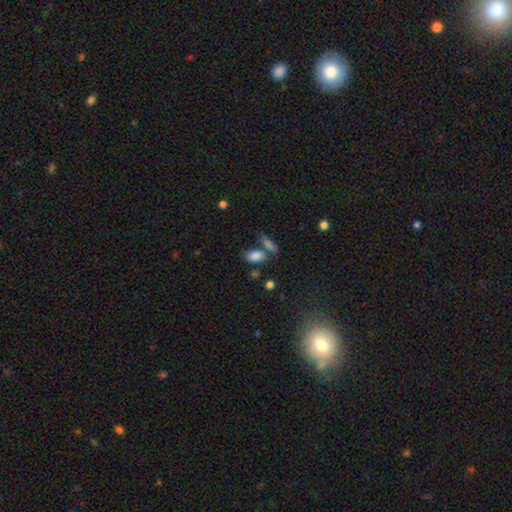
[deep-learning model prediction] Smooth or featured? Predicted: smooth (p=0.84). How rounded? Predicted: in between (p=0.89). Merging? Predicted: none (p=0.57).